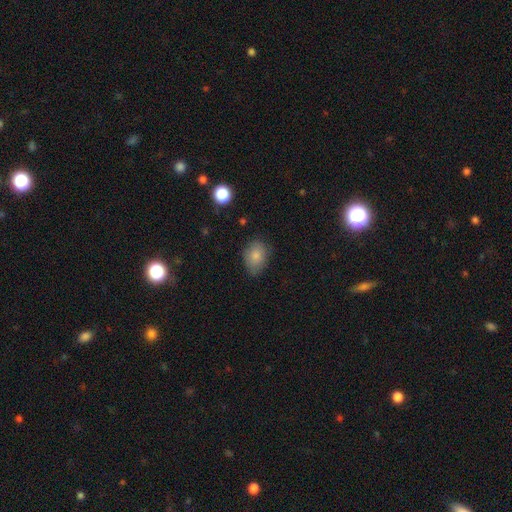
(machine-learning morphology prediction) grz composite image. It shows a smooth galaxy with no disk features (83%) that is in between round and cigar-shaped (73%). Merging: none (72%).